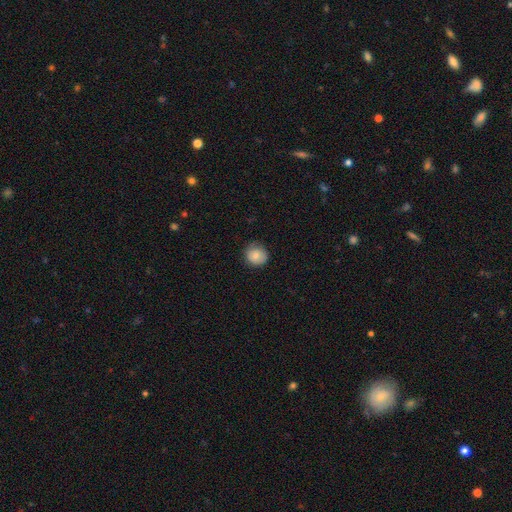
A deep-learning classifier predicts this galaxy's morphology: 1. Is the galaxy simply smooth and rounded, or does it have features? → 81% smooth, 11% featured or disk, 8% star or artifact.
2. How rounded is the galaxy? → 89% round, 10% in between, 1% cigar-shaped.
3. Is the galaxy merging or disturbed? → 80% none, 16% minor disturbance, 3% major disturbance, 1% merger.